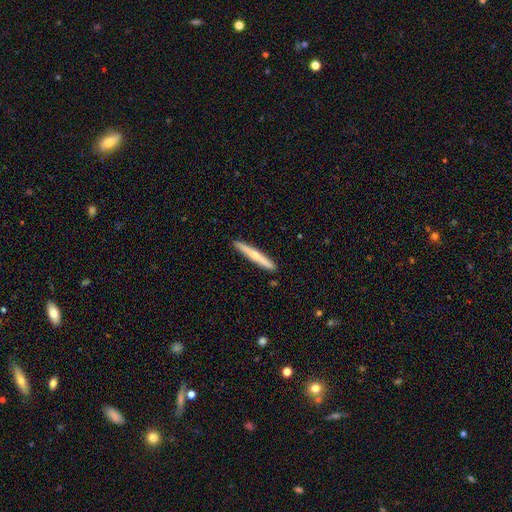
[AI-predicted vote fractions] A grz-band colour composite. It shows a smooth galaxy with no disk features (53%) that is cigar-shaped (96%). Merging: none (91%).